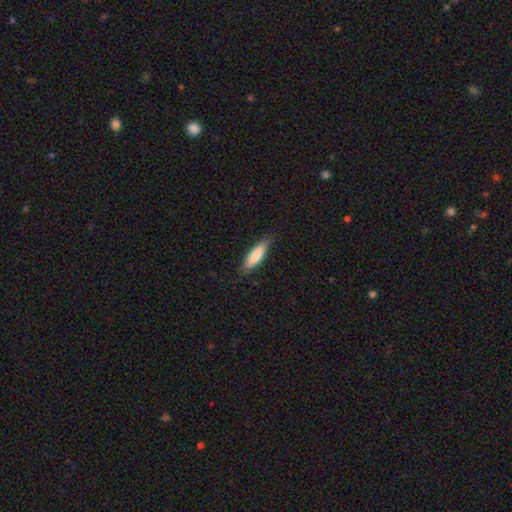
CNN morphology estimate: smooth-or-featured: smooth: 78% | featured or disk: 16% | star or artifact: 5%
  how-rounded: cigar-shaped: 65% | in between: 34% | round: 1%
  merging: none: 83% | minor disturbance: 13% | major disturbance: 2% | merger: 1%